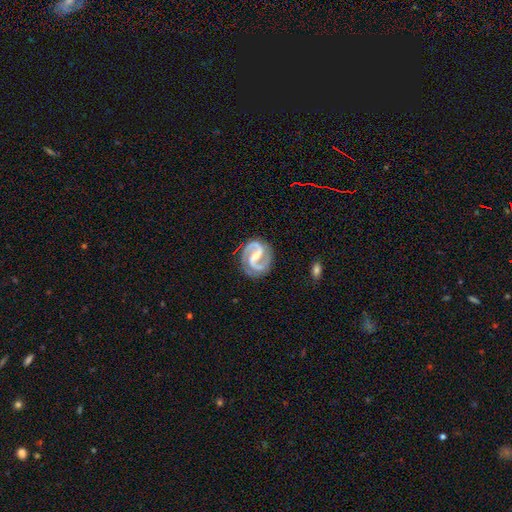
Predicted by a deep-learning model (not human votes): Morphology: type=featured or disk (93%); edge-on=no (98%); bar=strong (45%); spiral arms=yes (98%); winding=medium (61%); arm count=2 (94%); bulge=small (58%); merging=none (84%).